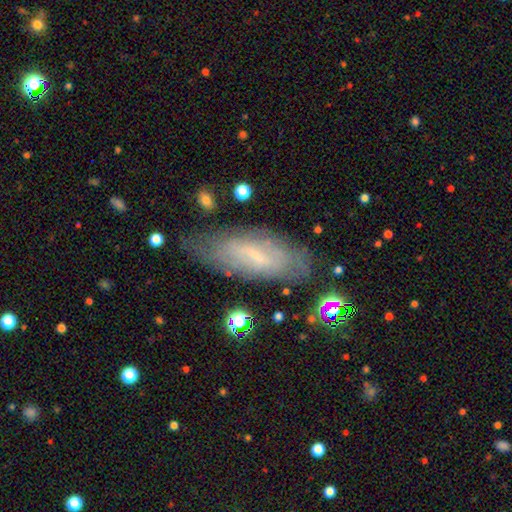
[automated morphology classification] Smooth or featured? Predicted: featured or disk (p=0.53). Edge-on disk? Predicted: no (p=0.78). Merging? Predicted: none (p=0.68).